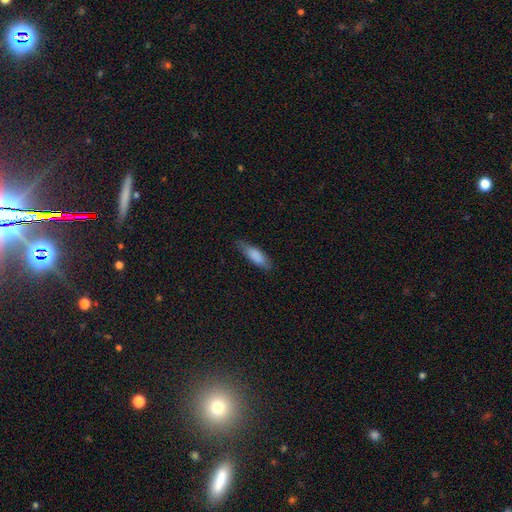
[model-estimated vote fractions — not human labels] smooth-or-featured: smooth: 83% | featured or disk: 11% | star or artifact: 6%
  how-rounded: in between: 51% | cigar-shaped: 48% | round: 2%
  merging: none: 74% | minor disturbance: 21% | major disturbance: 4% | merger: 1%